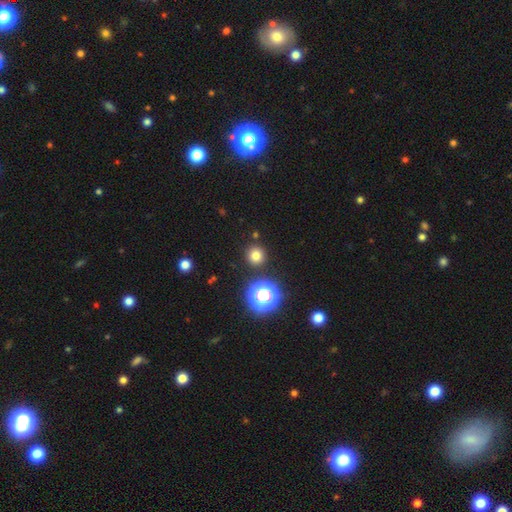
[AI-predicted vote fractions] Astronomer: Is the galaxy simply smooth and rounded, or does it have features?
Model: smooth — 76%.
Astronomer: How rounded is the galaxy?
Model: round — 95%.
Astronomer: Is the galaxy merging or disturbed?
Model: none — 90%.